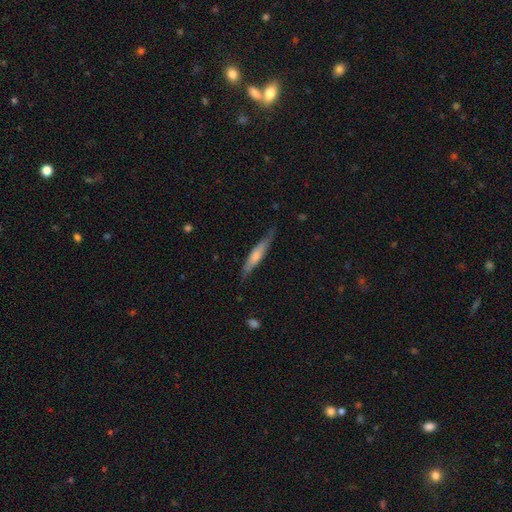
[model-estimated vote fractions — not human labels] Smooth or featured? Predicted: smooth (p=0.51). How rounded? Predicted: cigar-shaped (p=0.85). Merging? Predicted: none (p=0.75).